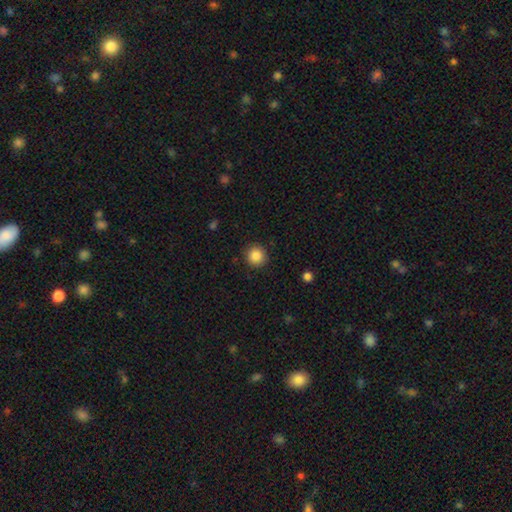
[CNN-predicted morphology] A smooth galaxy with no disk features (86%) that is round (94%). Merging: none (91%).